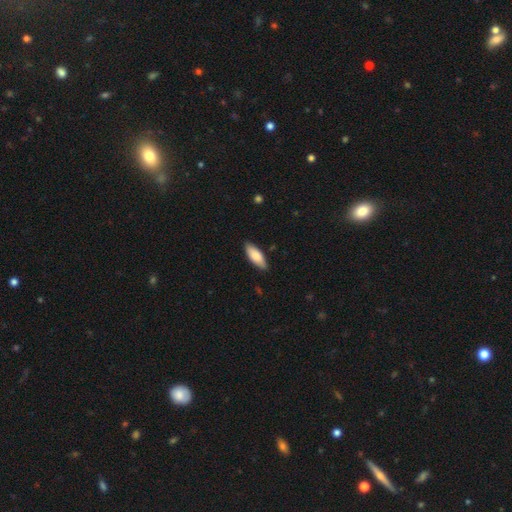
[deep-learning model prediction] Smooth or featured?
  - smooth: 82% *
  - featured or disk: 13%
  - star or artifact: 5%
How rounded?
  - in between: 76% *
  - cigar-shaped: 22%
  - round: 2%
Merging?
  - none: 85% *
  - minor disturbance: 12%
  - major disturbance: 2%
  - merger: 1%